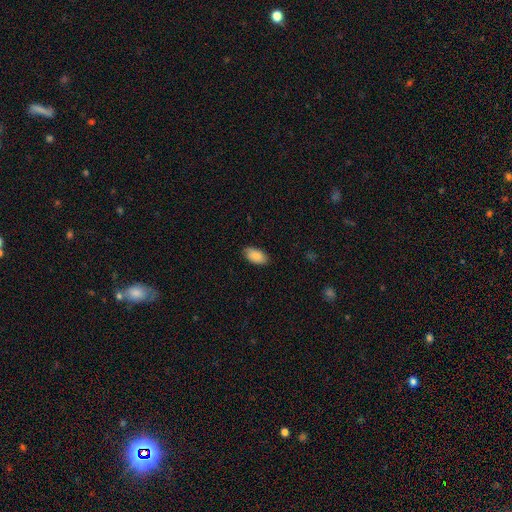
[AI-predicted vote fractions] smooth-or-featured: smooth: 88% | star or artifact: 6% | featured or disk: 5%
  how-rounded: in between: 95% | round: 3% | cigar-shaped: 2%
  merging: none: 86% | minor disturbance: 11% | major disturbance: 2% | merger: 1%